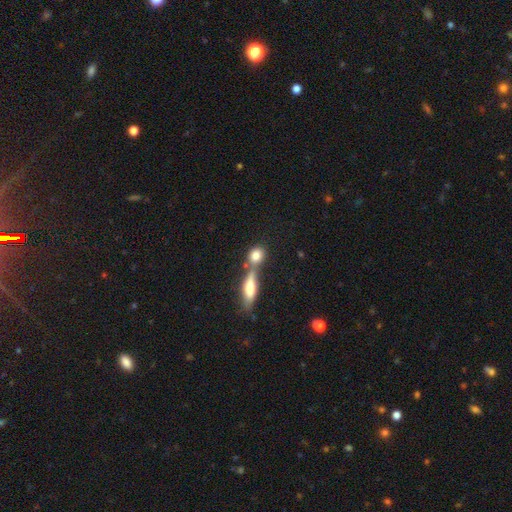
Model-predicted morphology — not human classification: This appears to be a smooth galaxy with no disk features (79%) that is round (58%). Merging: none (45%).